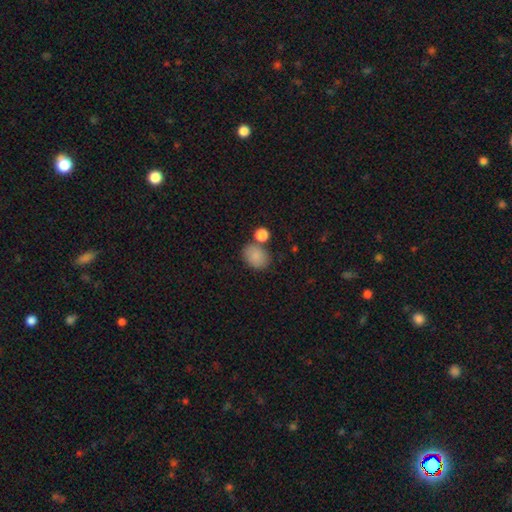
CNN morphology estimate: This is clearly a smooth galaxy (86%). How rounded: likely in between (66%). Merging: likely none (67%).